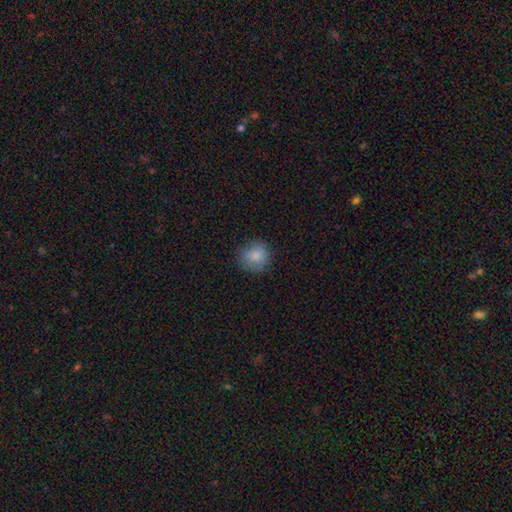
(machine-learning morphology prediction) Smooth or featured?
  - smooth: 84% *
  - star or artifact: 8%
  - featured or disk: 7%
How rounded?
  - round: 89% *
  - in between: 10%
  - cigar-shaped: 1%
Merging?
  - none: 81% *
  - minor disturbance: 14%
  - major disturbance: 4%
  - merger: 1%